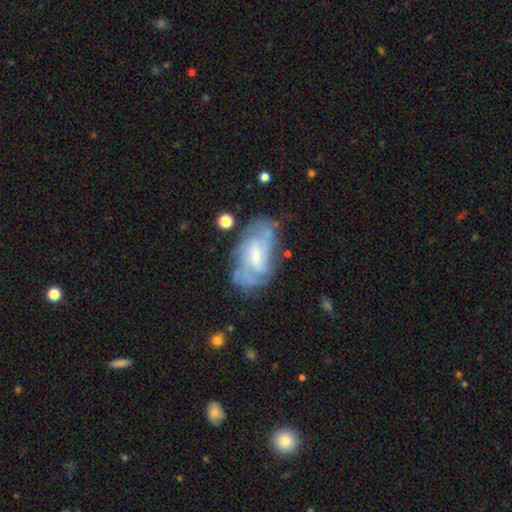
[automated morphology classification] Smooth or featured? featured or disk (75%)
Edge-on disk? no (95%)
Bar? weak (51%)
Spiral arms? yes (86%)
Spiral winding? tight (49%)
Spiral arm count? can't tell (44%)
Bulge size? small (46%)
Merging? none (61%)